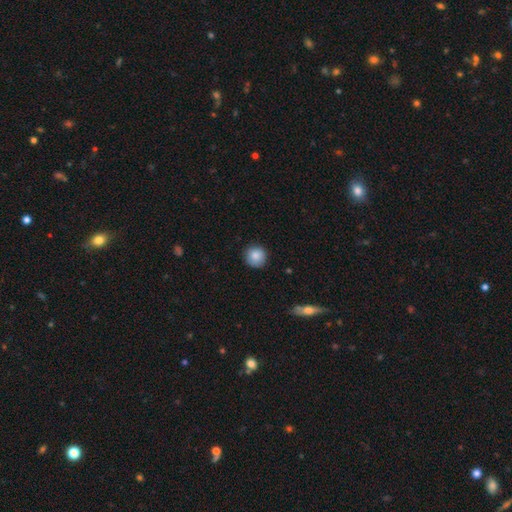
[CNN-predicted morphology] smooth 86%, star or artifact 8%, featured or disk 6%. Down the decision tree: how rounded — round (94%); merging — none (87%).